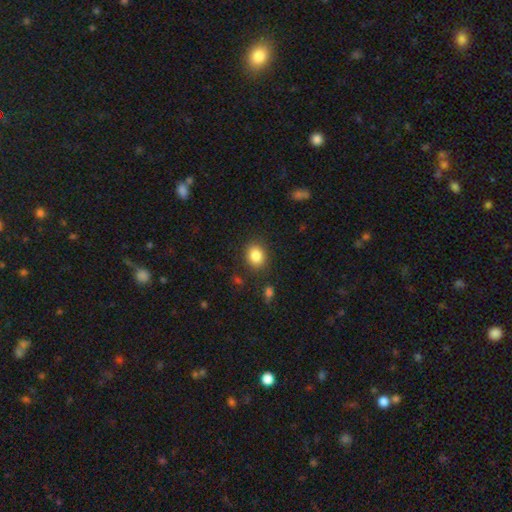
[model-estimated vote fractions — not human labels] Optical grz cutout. It shows a smooth galaxy with no disk features (85%) that is round (52%). Merging: none (85%).